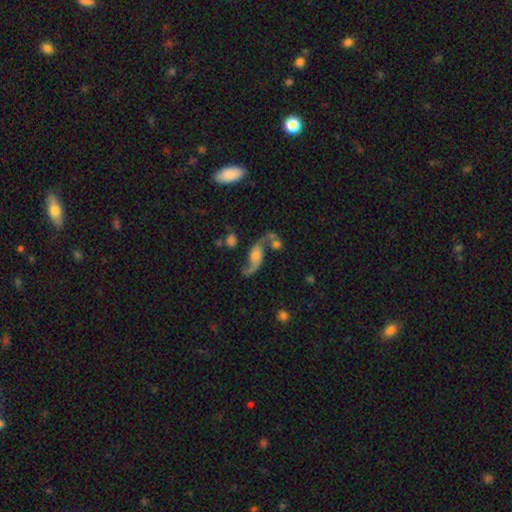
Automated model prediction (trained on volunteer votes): This appears to be a featured or disk galaxy (85%) with no bar (57%), 2 (93%) loose (75%) spiral arms (95%) and a moderate central bulge (45%). Merging: none (66%).